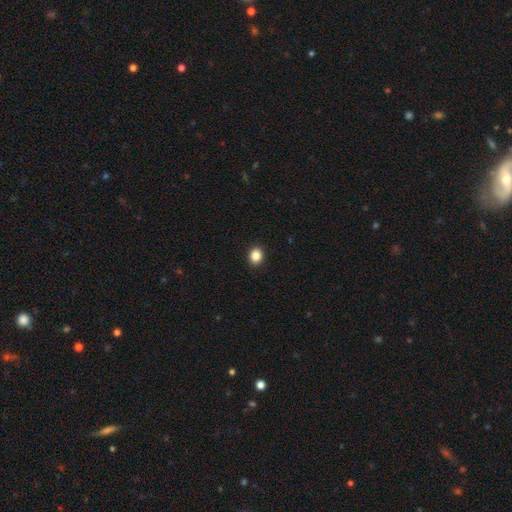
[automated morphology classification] The model was most divided on "how rounded": round: 57%, in between: 43%, cigar-shaped: 1%. More confident: merging — none (92%); smooth or featured — smooth (87%).